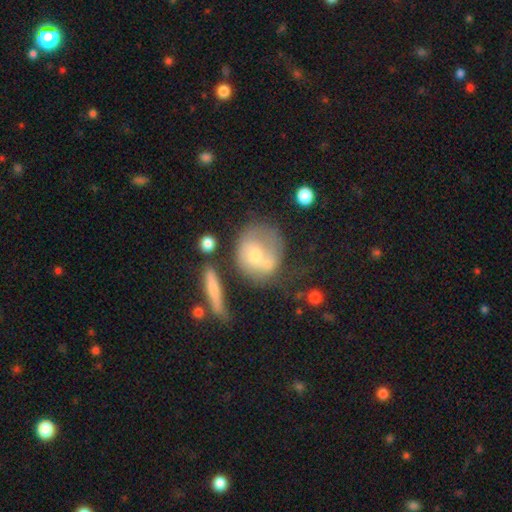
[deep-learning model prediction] Q: Smooth or featured?
A: smooth (51%); runner-up: featured or disk (40%)
Q: How rounded?
A: round (65%); runner-up: in between (33%)
Q: Merging?
A: none (33%); runner-up: merger (24%)